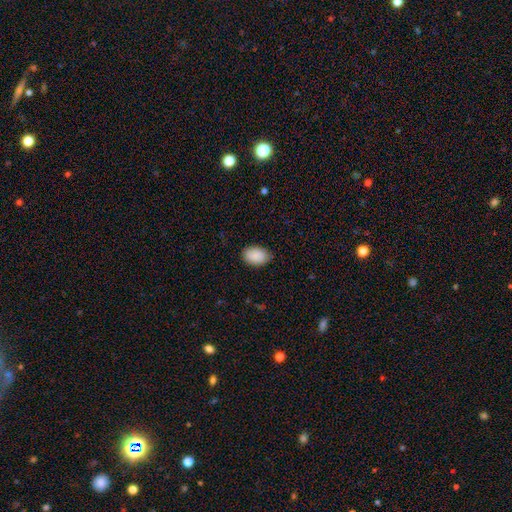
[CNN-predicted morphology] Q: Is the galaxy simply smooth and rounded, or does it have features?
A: smooth — 91%.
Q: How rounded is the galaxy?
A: in between — 89%.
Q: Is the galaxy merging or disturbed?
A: none — 84%.